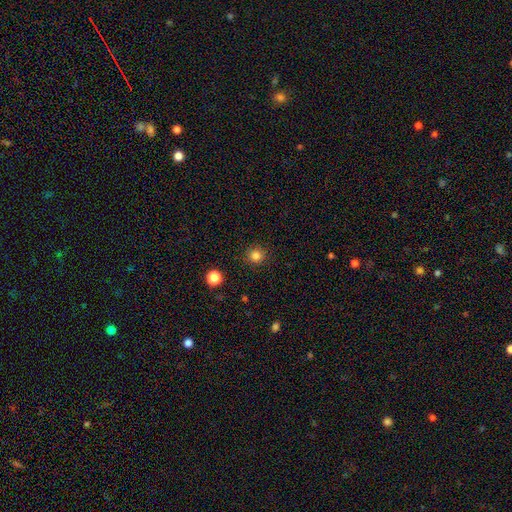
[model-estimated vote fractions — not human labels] This appears to be a smooth galaxy with no disk features (83%) that is round (94%). Merging: none (91%).